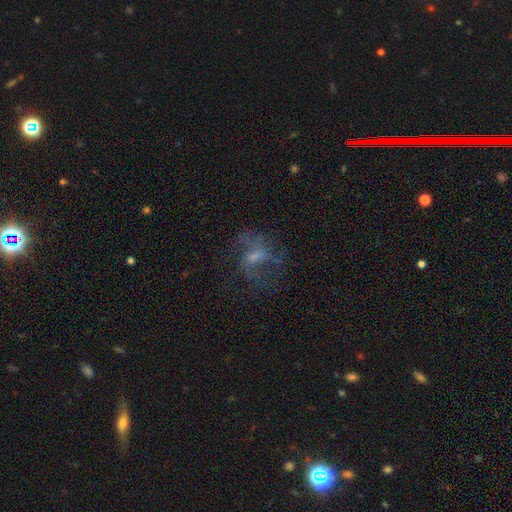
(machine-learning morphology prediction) Smooth or featured?
  - featured or disk: 60% *
  - smooth: 26%
  - star or artifact: 15%
Edge-on disk?
  - no: 97% *
  - yes: 3%
Bar?
  - weak: 45% *
  - no: 44%
  - strong: 11%
Spiral arms?
  - yes: 61% *
  - no: 39%
Bulge size?
  - small: 36% *
  - moderate: 33%
  - none: 24%
  - large: 6%
  - dominant: 1%
Merging?
  - none: 48% *
  - major disturbance: 32%
  - minor disturbance: 17%
  - merger: 2%